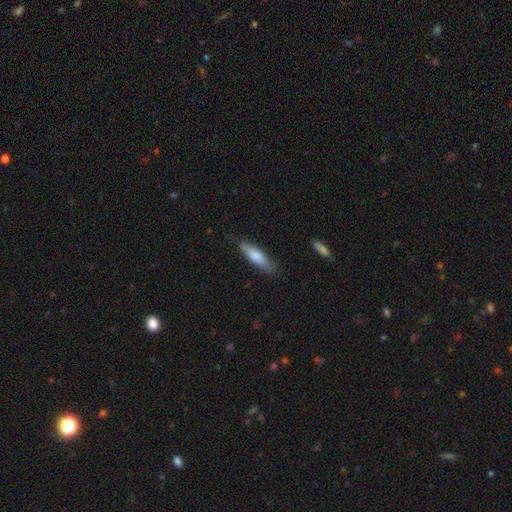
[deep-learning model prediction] Morphology: type=smooth (74%); roundness=cigar-shaped (62%); merging=none (77%).